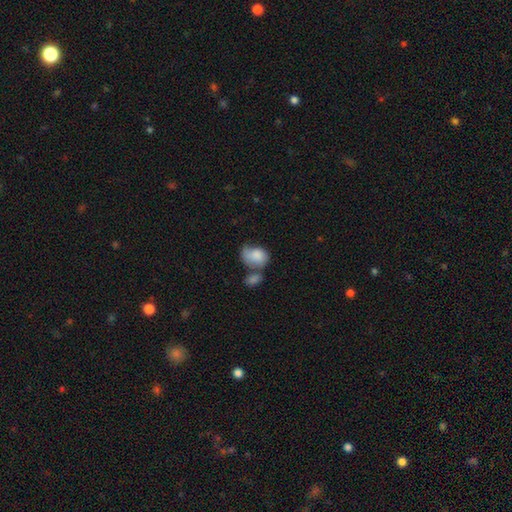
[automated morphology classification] Smooth or featured? smooth (78%)
How rounded? in between (66%)
Merging? merger (33%)